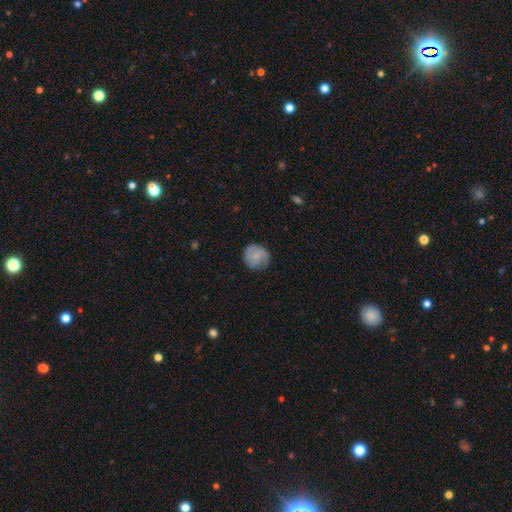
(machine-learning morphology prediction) Smooth or featured: smooth — 68% (featured or disk — 25%)
How rounded: round — 89% (in between — 10%)
Merging: none — 78% (minor disturbance — 16%)